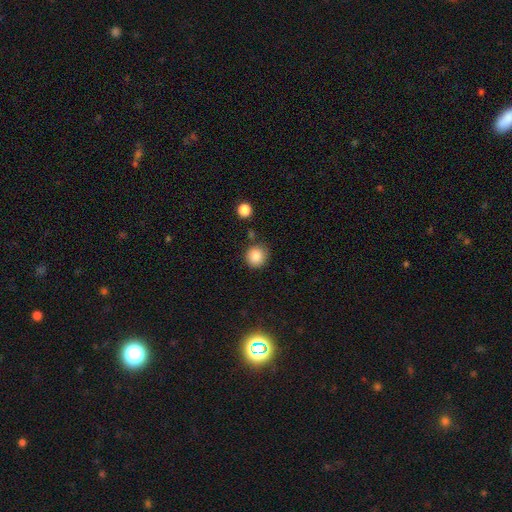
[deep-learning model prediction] Smooth or featured: smooth — 86% (star or artifact — 10%)
How rounded: round — 91% (in between — 8%)
Merging: none — 80% (minor disturbance — 12%)